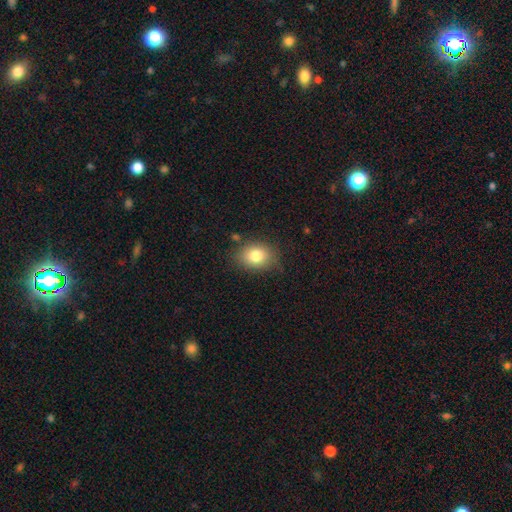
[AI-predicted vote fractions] A smooth galaxy with no disk features (81%) that is in between round and cigar-shaped (57%).

Vote fractions:
- Smooth or featured? smooth: 81% / star or artifact: 10% / featured or disk: 9%
- How rounded? in between: 57% / round: 42% / cigar-shaped: 1%
- Merging? none: 77% / minor disturbance: 16% / major disturbance: 4% / merger: 2%